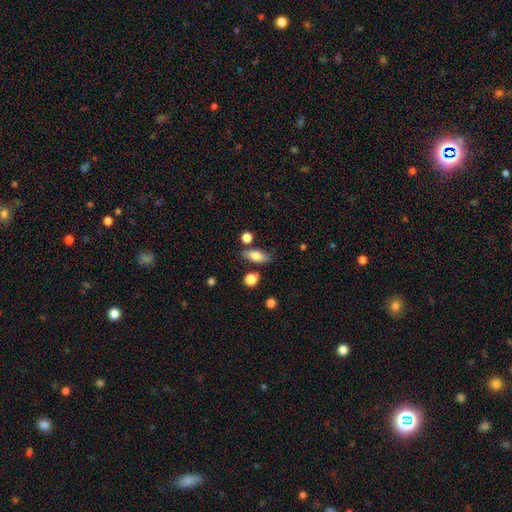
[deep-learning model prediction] A smooth galaxy with no disk features (78%) that is in between round and cigar-shaped (80%). Merging: none (72%).